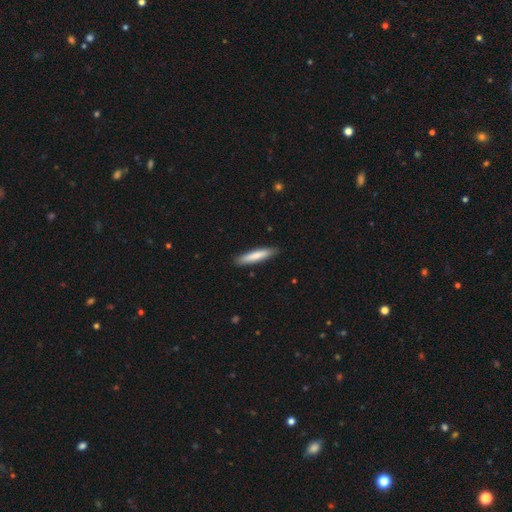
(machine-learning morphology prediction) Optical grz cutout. It shows a smooth galaxy with no disk features (78%) that is cigar-shaped (88%). Merging: none (89%).